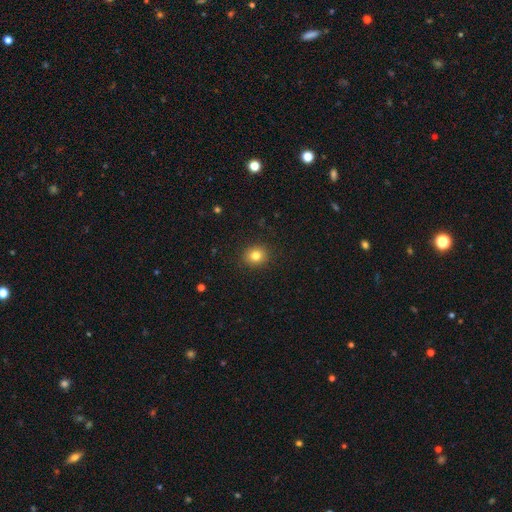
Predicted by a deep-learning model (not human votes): smooth-or-featured: smooth: 81% | star or artifact: 12% | featured or disk: 7%
  how-rounded: round: 80% | in between: 19% | cigar-shaped: 1%
  merging: none: 91% | minor disturbance: 6% | major disturbance: 2% | merger: 1%